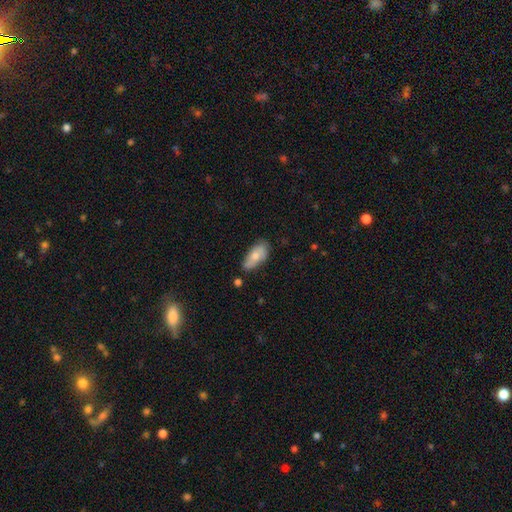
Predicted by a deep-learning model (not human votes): The model was most divided on "merging": none: 57%, minor disturbance: 32%, major disturbance: 7%, merger: 4%. More confident: how rounded — in between (89%); smooth or featured — smooth (68%).